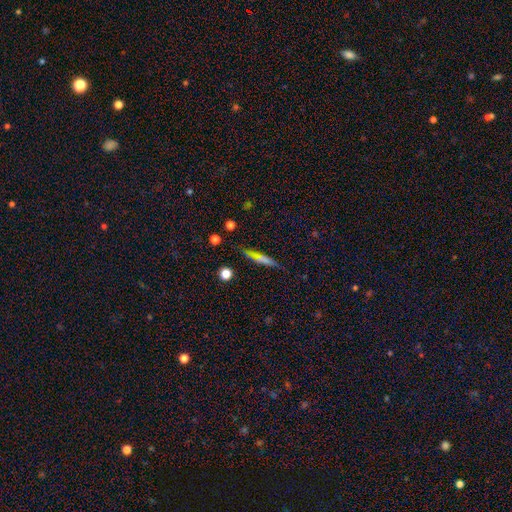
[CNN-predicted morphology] smooth 57%, featured or disk 32%, star or artifact 11%. Down the decision tree: how rounded — cigar-shaped (89%); merging — none (83%).